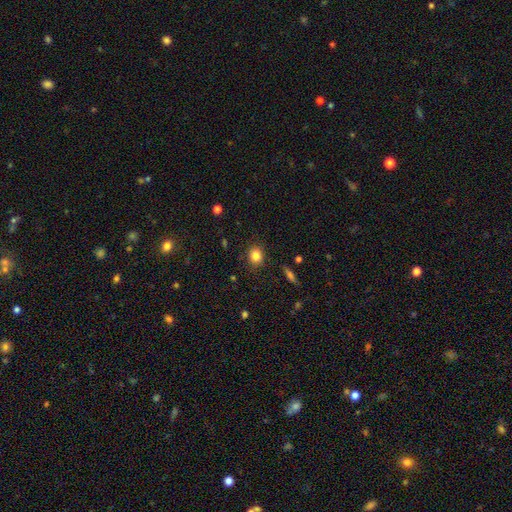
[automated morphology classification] Smooth or featured?
  - smooth: 84% *
  - star or artifact: 11%
  - featured or disk: 6%
How rounded?
  - round: 71% *
  - in between: 28%
  - cigar-shaped: 1%
Merging?
  - none: 87% *
  - minor disturbance: 9%
  - major disturbance: 2%
  - merger: 1%